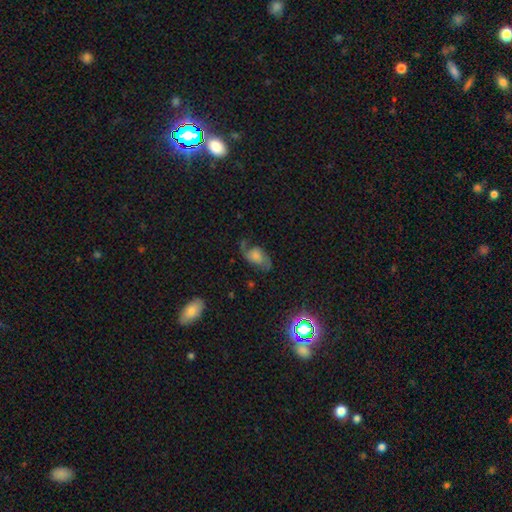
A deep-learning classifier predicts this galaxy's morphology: Q: Smooth or featured?
A: featured or disk (67%); runner-up: smooth (21%)
Q: Edge-on disk?
A: no (95%); runner-up: yes (5%)
Q: Bar?
A: no (67%); runner-up: weak (28%)
Q: Spiral arms?
A: yes (92%); runner-up: no (8%)
Q: Spiral winding?
A: loose (48%); runner-up: medium (40%)
Q: Spiral arm count?
A: 2 (85%); runner-up: 1 (7%)
Q: Bulge size?
A: moderate (38%); runner-up: small (28%)
Q: Merging?
A: none (65%); runner-up: minor disturbance (20%)